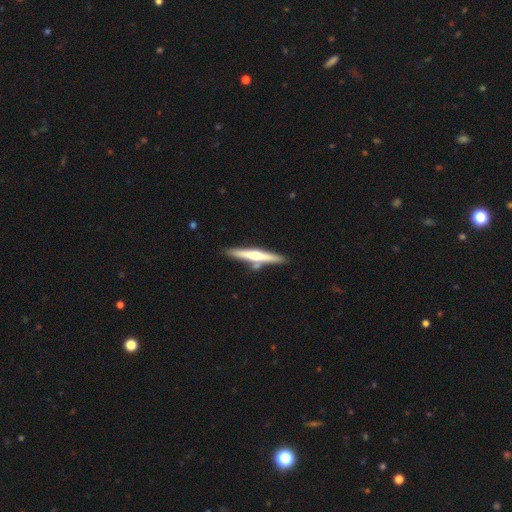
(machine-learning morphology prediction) A featured or disk galaxy (58%) viewed edge-on (97%) with a rounded central bulge (83%). Merging: none (80%).